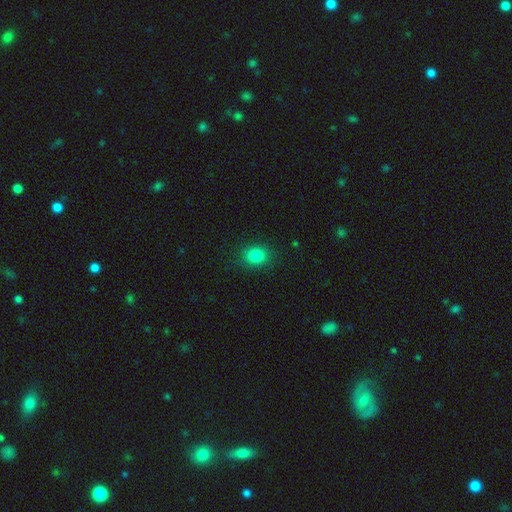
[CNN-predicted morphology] Smooth or featured? smooth (83%)
How rounded? round (52%)
Merging? none (87%)